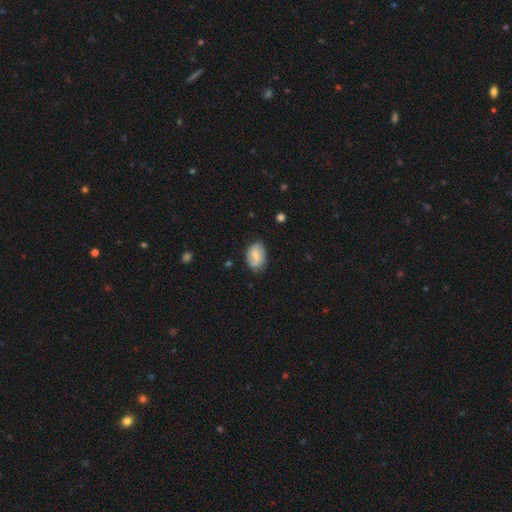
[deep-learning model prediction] Smooth or featured? Predicted: smooth (p=0.51). How rounded? Predicted: in between (p=0.84). Merging? Predicted: none (p=0.75).